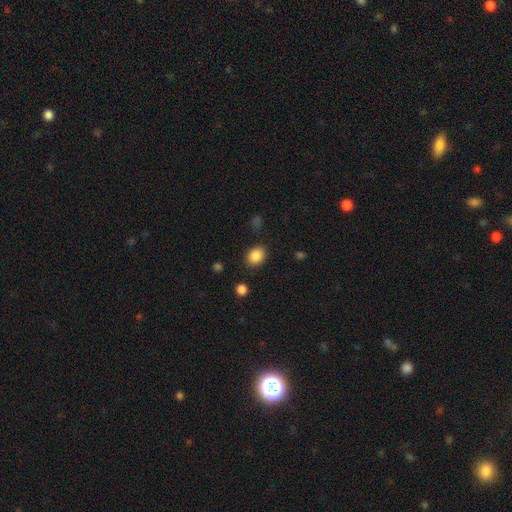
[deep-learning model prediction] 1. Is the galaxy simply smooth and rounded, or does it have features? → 87% smooth, 9% star or artifact, 4% featured or disk.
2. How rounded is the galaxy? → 50% round, 49% in between, 1% cigar-shaped.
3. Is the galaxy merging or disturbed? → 85% none, 10% minor disturbance, 3% major disturbance, 2% merger.